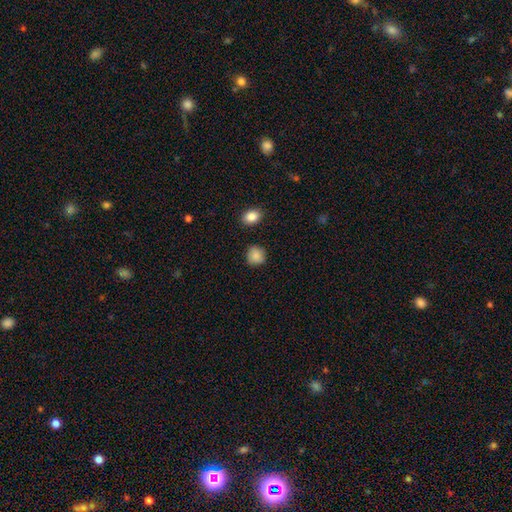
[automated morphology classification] Smooth or featured?
  - smooth: 87% *
  - star or artifact: 8%
  - featured or disk: 4%
How rounded?
  - round: 85% *
  - in between: 14%
  - cigar-shaped: 1%
Merging?
  - none: 83% *
  - minor disturbance: 12%
  - major disturbance: 3%
  - merger: 2%